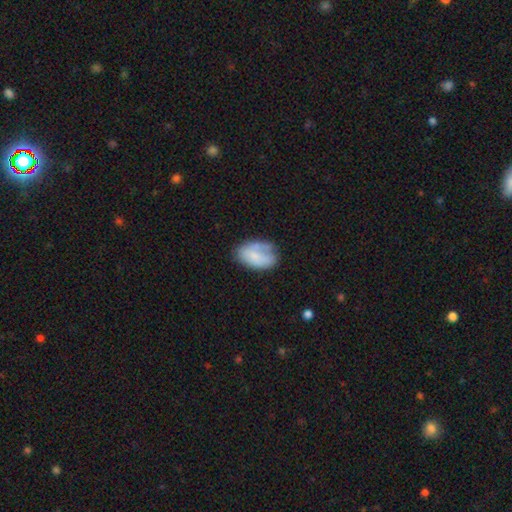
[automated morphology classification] smooth-or-featured: smooth: 61% | featured or disk: 31% | star or artifact: 8%
  how-rounded: in between: 88% | round: 10% | cigar-shaped: 1%
  merging: none: 49% | minor disturbance: 31% | major disturbance: 15% | merger: 5%